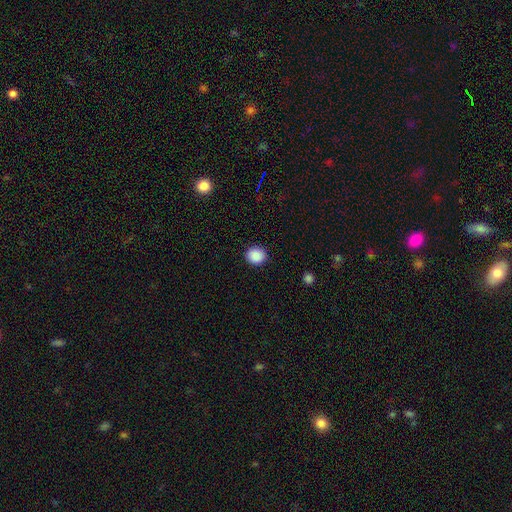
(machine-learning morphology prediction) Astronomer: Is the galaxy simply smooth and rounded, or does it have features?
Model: smooth — 89%.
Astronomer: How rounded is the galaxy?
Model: round — 84%.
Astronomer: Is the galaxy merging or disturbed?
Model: none — 91%.